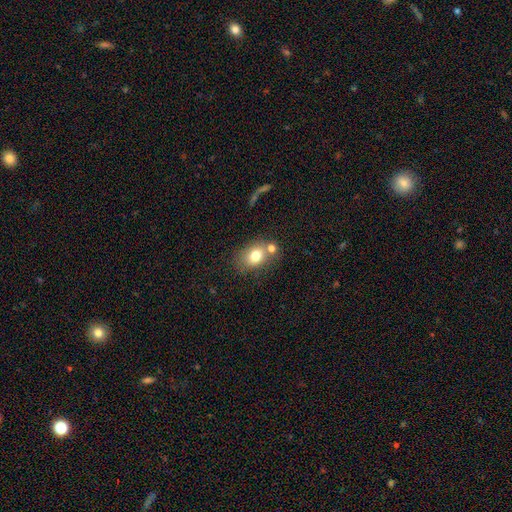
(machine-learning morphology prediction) A smooth galaxy with no disk features (75%) that is in between round and cigar-shaped (62%).

Vote fractions:
- Smooth or featured? smooth: 75% / featured or disk: 15% / star or artifact: 10%
- How rounded? in between: 62% / round: 37% / cigar-shaped: 1%
- Merging? none: 57% / merger: 23% / minor disturbance: 14% / major disturbance: 6%